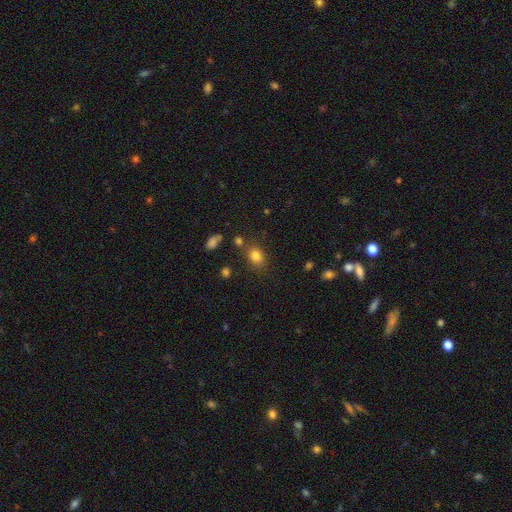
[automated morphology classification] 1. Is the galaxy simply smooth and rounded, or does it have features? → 81% smooth, 11% star or artifact, 7% featured or disk.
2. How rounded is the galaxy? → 70% in between, 29% round, 1% cigar-shaped.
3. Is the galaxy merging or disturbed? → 74% none, 14% minor disturbance, 7% merger, 5% major disturbance.